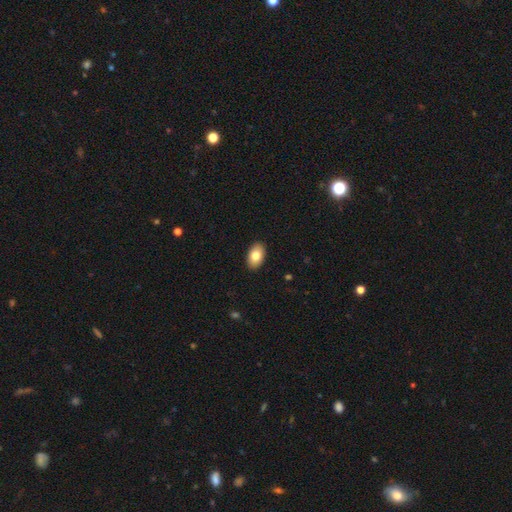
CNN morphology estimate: Smooth or featured?
  - smooth: 80% *
  - featured or disk: 12%
  - star or artifact: 7%
How rounded?
  - in between: 91% *
  - round: 7%
  - cigar-shaped: 1%
Merging?
  - none: 91% *
  - minor disturbance: 7%
  - major disturbance: 2%
  - merger: 1%